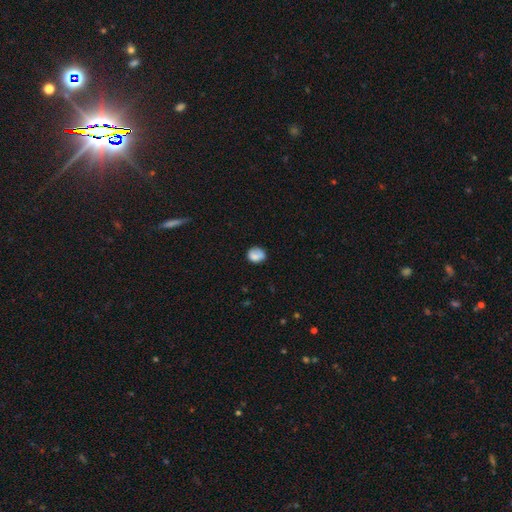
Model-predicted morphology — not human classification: Smooth or featured?
  - smooth: 75% *
  - featured or disk: 16%
  - star or artifact: 9%
How rounded?
  - round: 60% *
  - in between: 39%
  - cigar-shaped: 1%
Merging?
  - none: 58% *
  - minor disturbance: 24%
  - major disturbance: 10%
  - merger: 8%